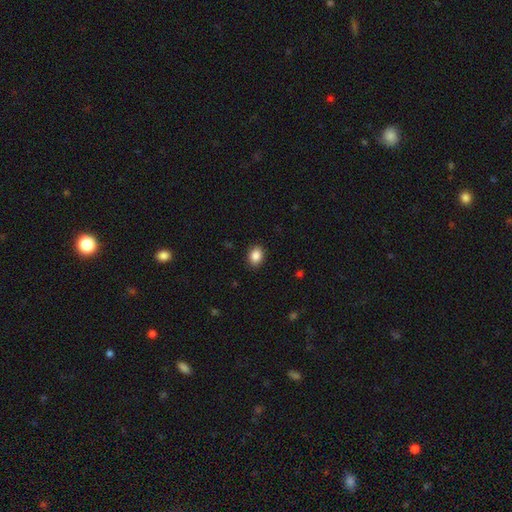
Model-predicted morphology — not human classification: smooth_or_featured: smooth (p=0.88) [alt: star or artifact p=0.09]
how_rounded: in between (p=0.63) [alt: round p=0.36]
merging: none (p=0.90) [alt: minor disturbance p=0.07]